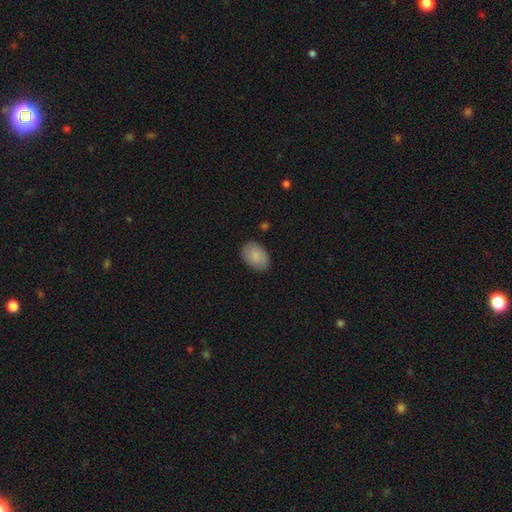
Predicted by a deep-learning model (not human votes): Q: Smooth or featured?
A: smooth (86%); runner-up: featured or disk (8%)
Q: How rounded?
A: in between (87%); runner-up: round (12%)
Q: Merging?
A: none (84%); runner-up: minor disturbance (13%)